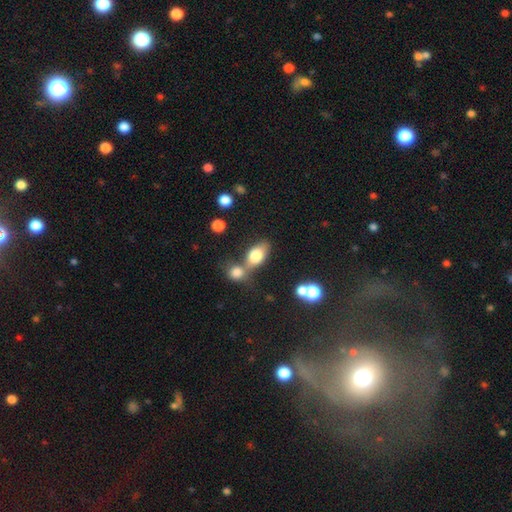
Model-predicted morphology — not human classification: This is likely a smooth galaxy (77%). How rounded: clearly in between (84%). Merging: marginally none (42%, tied with merger).